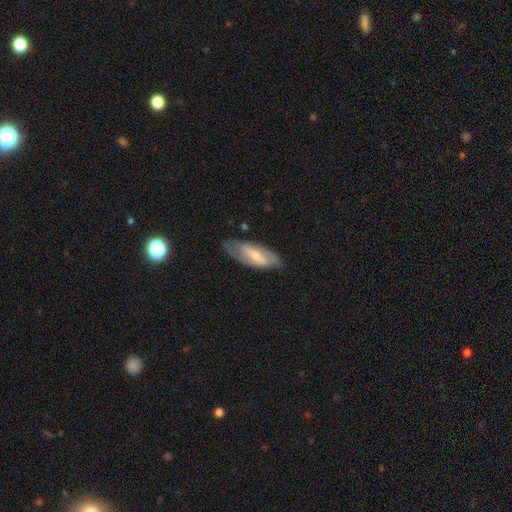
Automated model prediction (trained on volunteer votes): smooth-or-featured: featured or disk: 68% | smooth: 26% | star or artifact: 5%
  disk-edge-on: no: 87% | yes: 13%
    bar: strong: 51% | weak: 34% | no: 15%
    has-spiral-arms: yes: 76% | no: 24%
    bulge-size: small: 53% | moderate: 41% | large: 3% | none: 3% | dominant: 1%
  merging: none: 75% | minor disturbance: 18% | major disturbance: 6% | merger: 1%